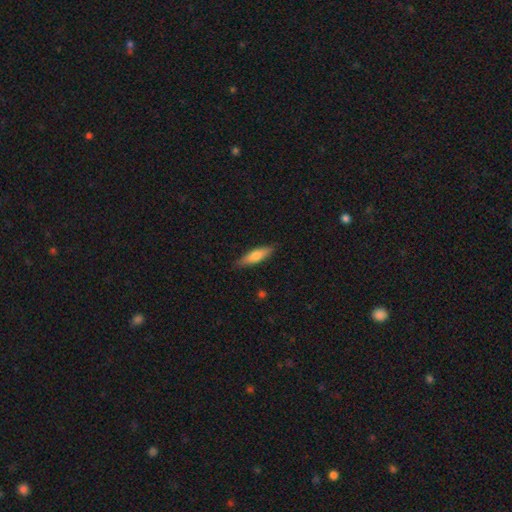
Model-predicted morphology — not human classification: Smooth or featured?
  - smooth: 68% *
  - featured or disk: 26%
  - star or artifact: 6%
How rounded?
  - cigar-shaped: 62% *
  - in between: 36%
  - round: 2%
Merging?
  - none: 85% *
  - minor disturbance: 11%
  - major disturbance: 2%
  - merger: 1%